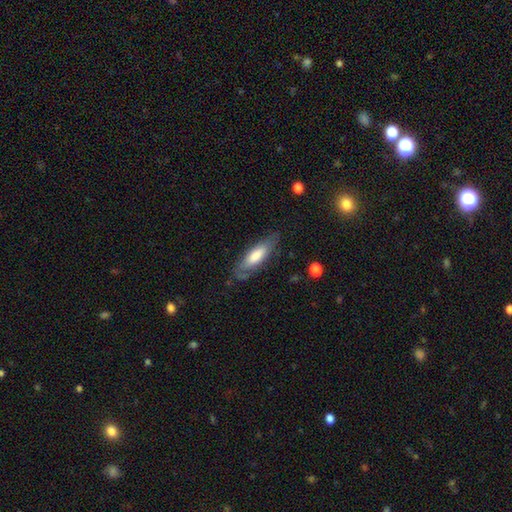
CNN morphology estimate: type=smooth (59%); roundness=in between (53%); merging=none (73%).